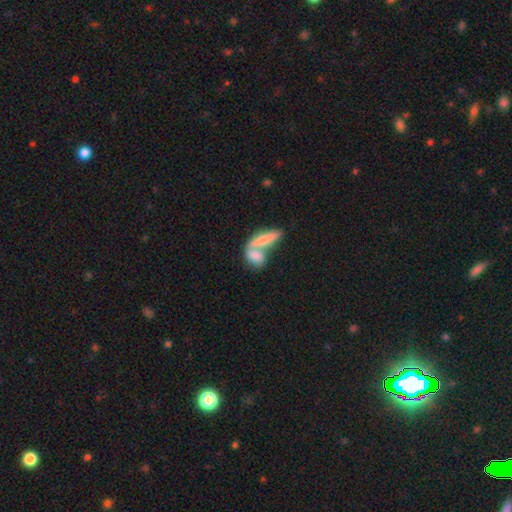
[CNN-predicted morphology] type=smooth (69%); roundness=in between (57%); merging=merger (65%).